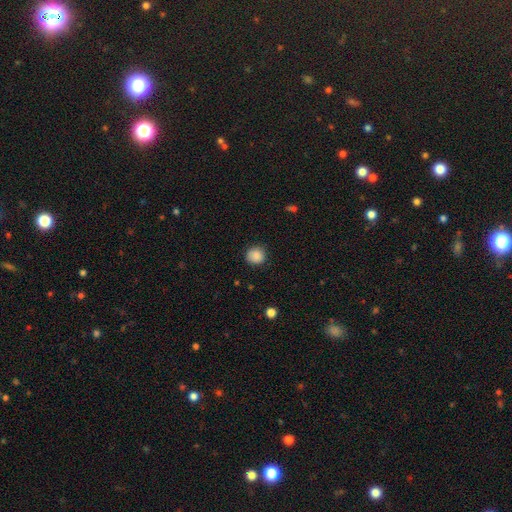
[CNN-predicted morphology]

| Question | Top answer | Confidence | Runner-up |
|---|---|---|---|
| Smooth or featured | smooth | 87% | star or artifact (9%) |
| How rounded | round | 89% | in between (10%) |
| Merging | none | 85% | minor disturbance (11%) |